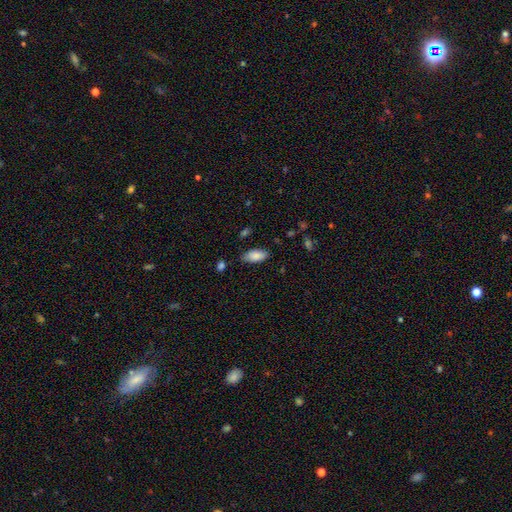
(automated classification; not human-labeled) This appears to be a smooth galaxy with no disk features (85%) that is in between round and cigar-shaped (92%). Merging: none (79%).